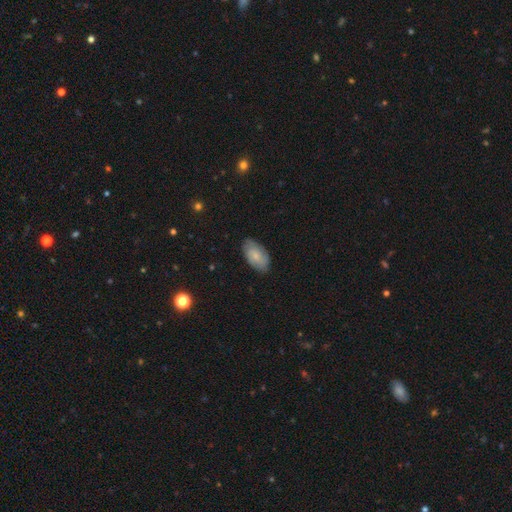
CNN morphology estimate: type=smooth (55%); roundness=in between (93%); merging=none (78%).